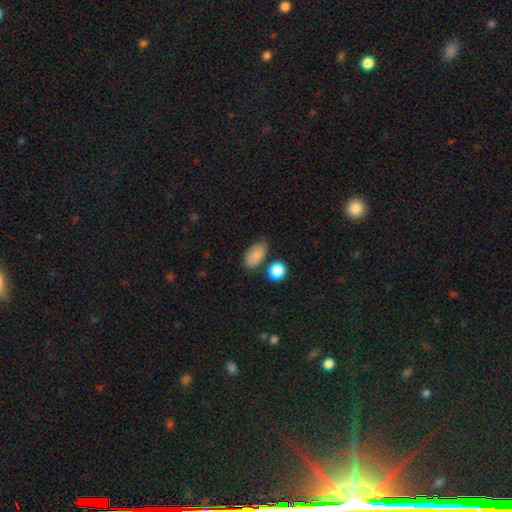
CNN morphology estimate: The model was most divided on "merging": none: 72%, minor disturbance: 17%, merger: 7%, major disturbance: 4%. More confident: how rounded — in between (91%); smooth or featured — smooth (84%).